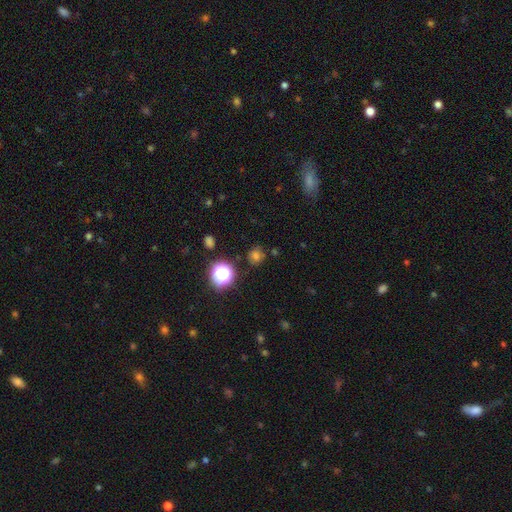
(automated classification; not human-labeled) Morphology: type=smooth (67%); roundness=round (83%); merging=none (80%).